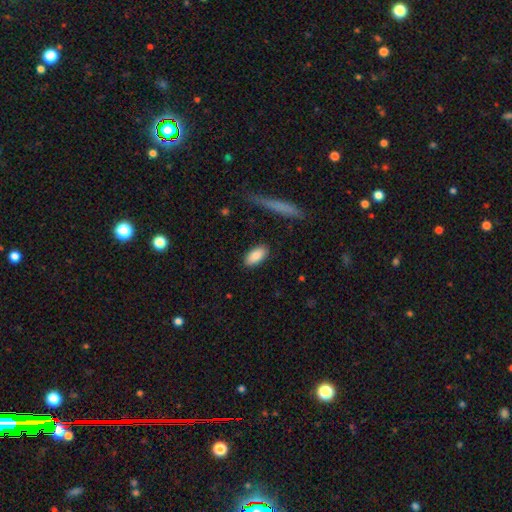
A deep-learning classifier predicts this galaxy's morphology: Q: Smooth or featured?
A: smooth (87%); runner-up: featured or disk (7%)
Q: How rounded?
A: in between (92%); runner-up: cigar-shaped (6%)
Q: Merging?
A: none (87%); runner-up: minor disturbance (9%)